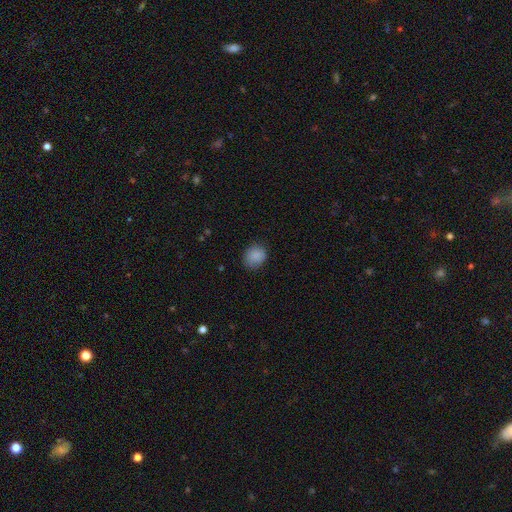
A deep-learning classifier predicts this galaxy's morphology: smooth-or-featured: smooth: 87% | star or artifact: 9% | featured or disk: 5%
  how-rounded: round: 69% | in between: 31% | cigar-shaped: 1%
  merging: none: 77% | minor disturbance: 18% | major disturbance: 4% | merger: 1%